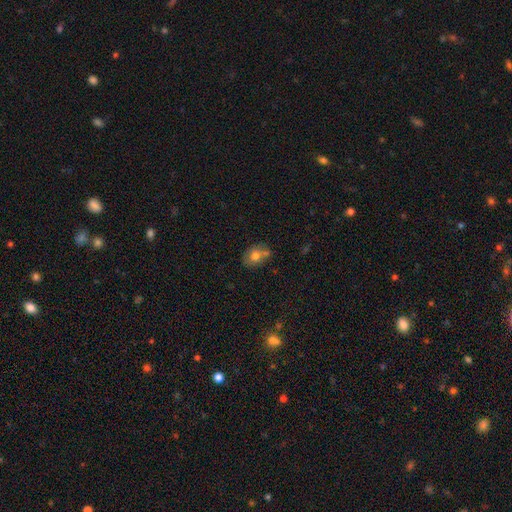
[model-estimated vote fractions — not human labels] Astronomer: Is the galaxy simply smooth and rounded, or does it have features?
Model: smooth — 73%.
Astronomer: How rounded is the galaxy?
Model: in between — 59% (runner-up: round, 40%).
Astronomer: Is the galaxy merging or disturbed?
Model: none — 52% (runner-up: merger, 27%).